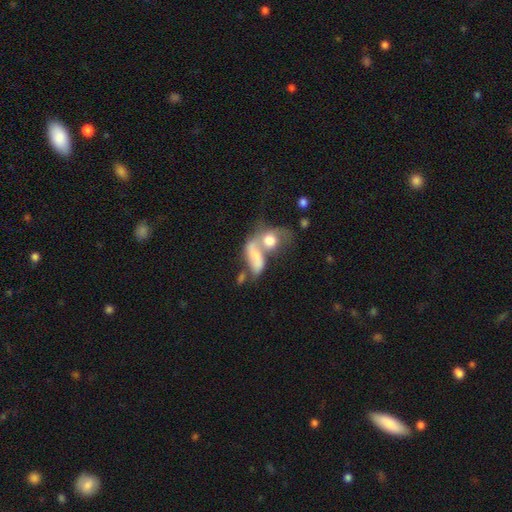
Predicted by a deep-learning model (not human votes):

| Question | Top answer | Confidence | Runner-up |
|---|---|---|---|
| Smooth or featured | smooth | 52% | featured or disk (38%) |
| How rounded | in between | 77% | round (14%) |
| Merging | merger | 68% | none (13%) |